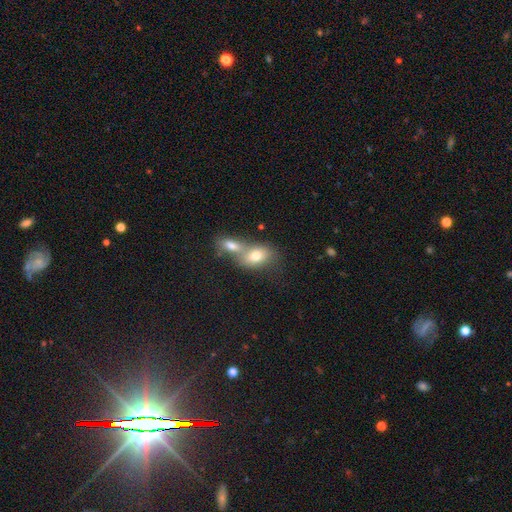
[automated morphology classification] This appears to be a smooth galaxy with no disk features (74%) that is in between round and cigar-shaped (78%). Merging: merger (61%).